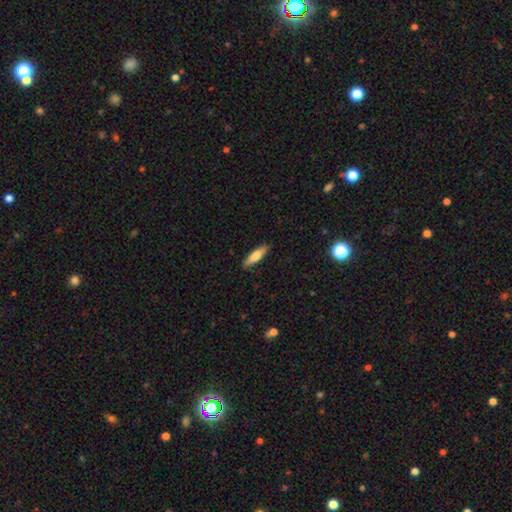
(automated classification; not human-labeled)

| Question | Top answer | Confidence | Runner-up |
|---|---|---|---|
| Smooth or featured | smooth | 72% | featured or disk (22%) |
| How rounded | cigar-shaped | 72% | in between (27%) |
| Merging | none | 89% | minor disturbance (8%) |